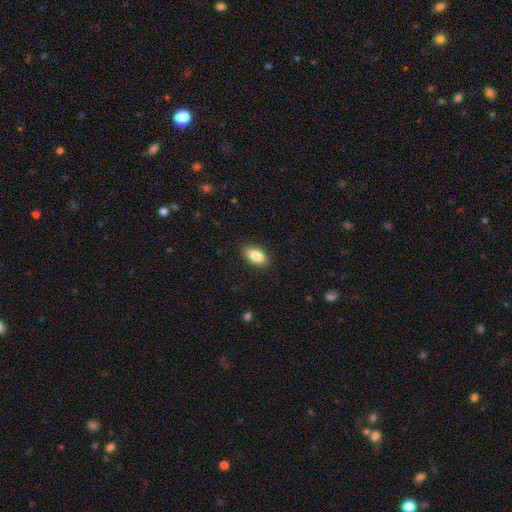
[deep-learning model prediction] Smooth or featured: smooth — 83% (featured or disk — 10%)
How rounded: in between — 90% (cigar-shaped — 6%)
Merging: none — 88% (minor disturbance — 9%)